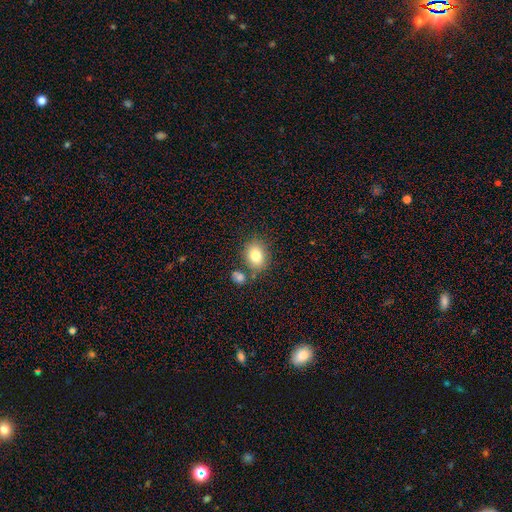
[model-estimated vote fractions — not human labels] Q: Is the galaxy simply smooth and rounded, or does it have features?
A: smooth — 80%.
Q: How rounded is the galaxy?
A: in between — 57%.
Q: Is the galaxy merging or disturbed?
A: none — 72%.